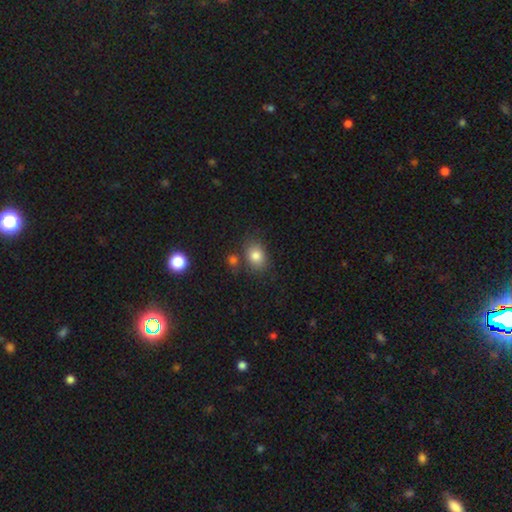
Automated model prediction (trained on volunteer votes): smooth-or-featured: smooth: 82% | star or artifact: 10% | featured or disk: 8%
  how-rounded: in between: 62% | round: 36% | cigar-shaped: 1%
  merging: none: 72% | minor disturbance: 14% | merger: 10% | major disturbance: 4%